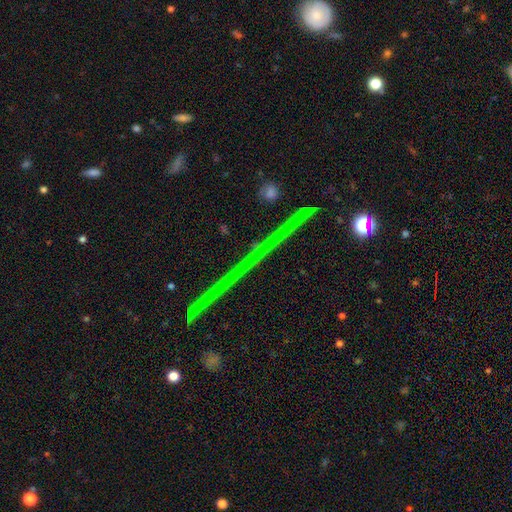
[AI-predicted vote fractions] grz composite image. It shows a star or artifact, not a galaxy (43%, tied with featured or disk).